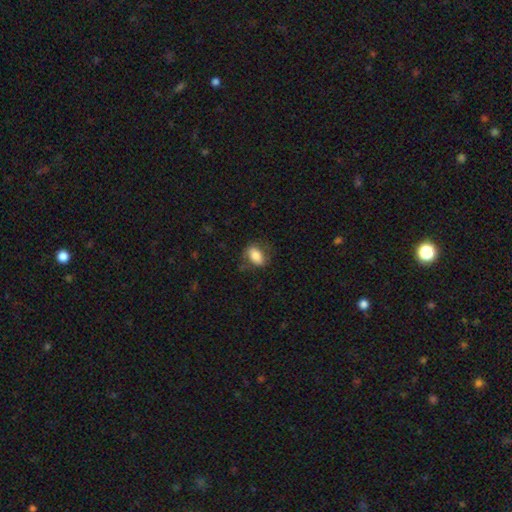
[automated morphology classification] type=smooth (79%); roundness=in between (86%); merging=none (71%).